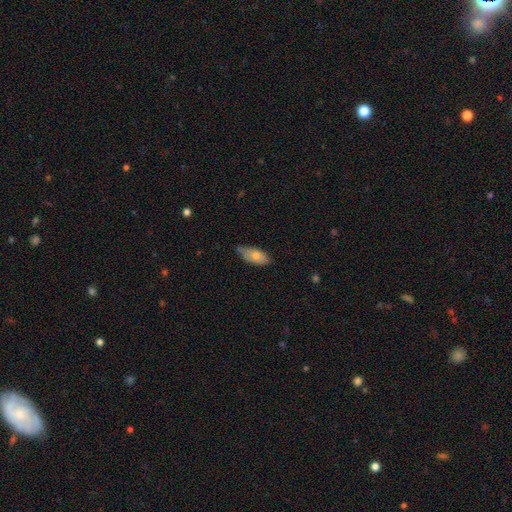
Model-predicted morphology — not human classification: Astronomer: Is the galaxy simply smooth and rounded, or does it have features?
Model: smooth — 75%.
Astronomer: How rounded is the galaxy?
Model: in between — 88%.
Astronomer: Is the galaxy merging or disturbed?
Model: none — 55% (runner-up: minor disturbance, 35%).